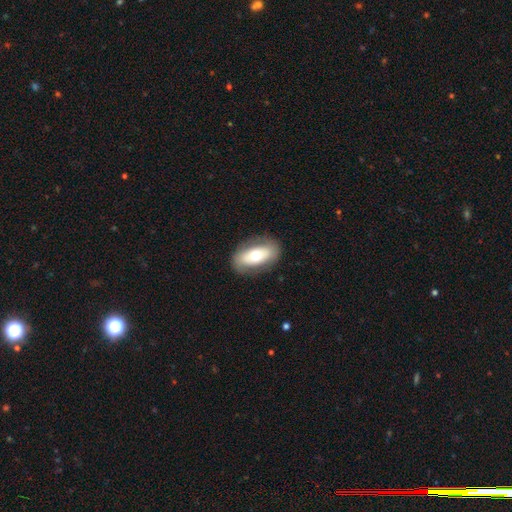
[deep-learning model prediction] This is possibly a smooth galaxy (56%). How rounded: clearly in between (90%). Merging: clearly none (82%).